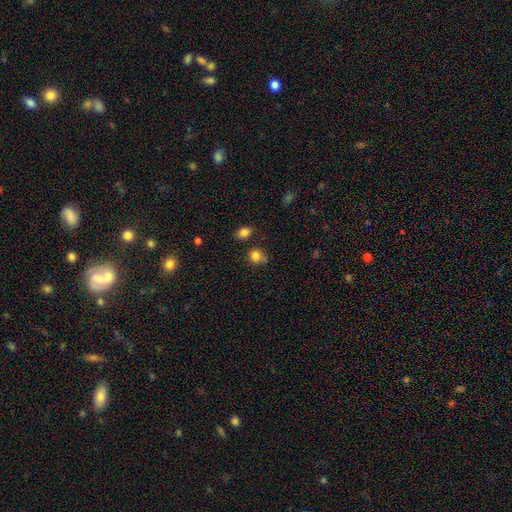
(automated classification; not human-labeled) smooth 83%, star or artifact 11%, featured or disk 6%. Down the decision tree: how rounded — round (76%); merging — none (65%).